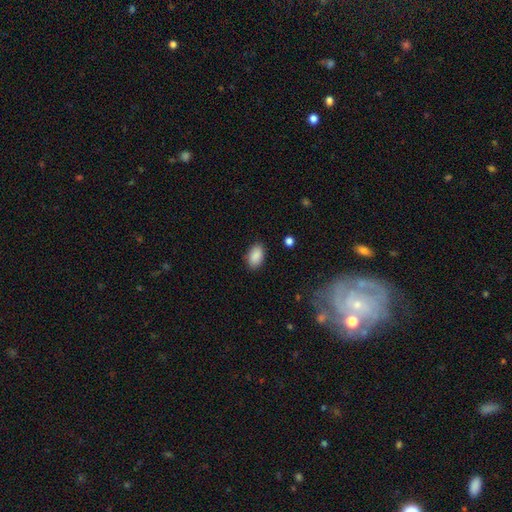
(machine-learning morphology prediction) Q: Smooth or featured?
A: smooth (90%); runner-up: star or artifact (7%)
Q: How rounded?
A: in between (92%); runner-up: round (6%)
Q: Merging?
A: none (86%); runner-up: minor disturbance (10%)